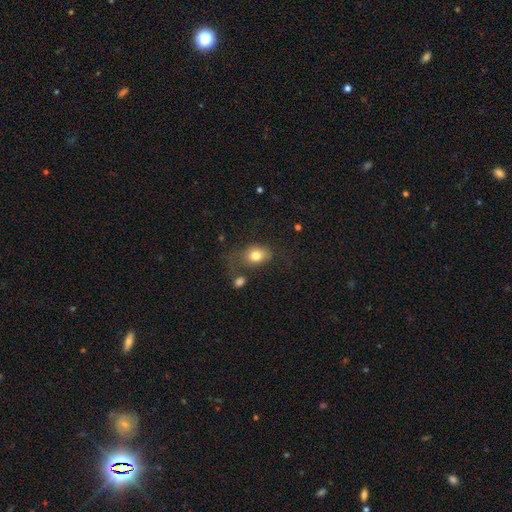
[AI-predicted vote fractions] smooth_or_featured: smooth (p=0.78) [alt: featured or disk p=0.12]
how_rounded: in between (p=0.66) [alt: round p=0.33]
merging: none (p=0.54) [alt: minor disturbance p=0.22]